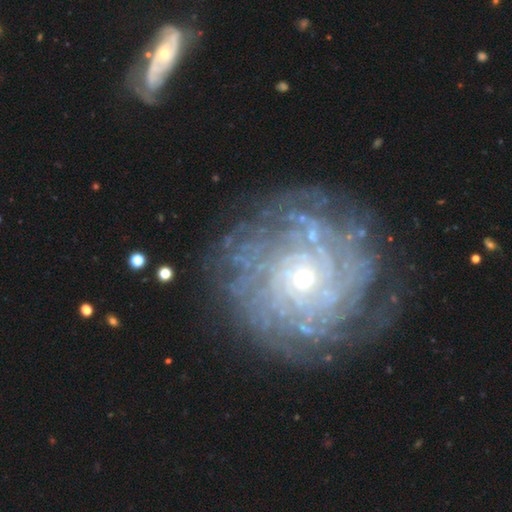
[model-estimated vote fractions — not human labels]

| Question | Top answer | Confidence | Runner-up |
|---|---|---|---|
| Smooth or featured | featured or disk | 85% | smooth (7%) |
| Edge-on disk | no | 97% | yes (3%) |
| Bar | no | 79% | weak (16%) |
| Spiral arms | yes | 94% | no (6%) |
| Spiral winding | tight | 82% | medium (14%) |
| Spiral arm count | can't tell | 33% | more than 4 (29%) |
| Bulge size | small | 63% | moderate (33%) |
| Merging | none | 78% | minor disturbance (13%) |